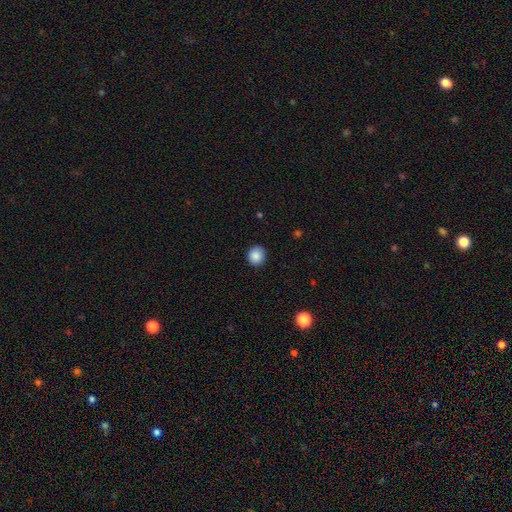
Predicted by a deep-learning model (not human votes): This is clearly a smooth galaxy (88%). How rounded: clearly round (90%). Merging: clearly none (91%).